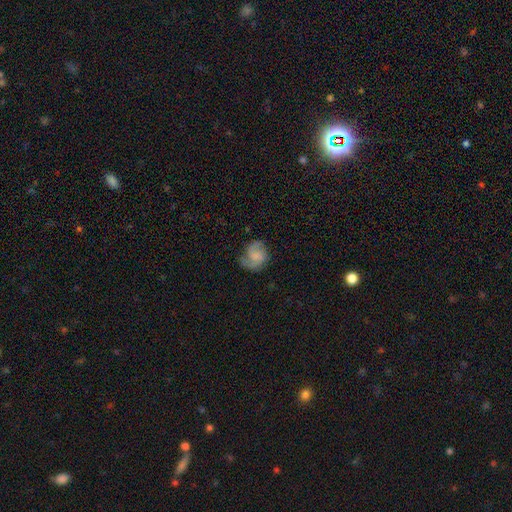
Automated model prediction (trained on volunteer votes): Smooth or featured?
  - featured or disk: 61% *
  - smooth: 31%
  - star or artifact: 8%
Edge-on disk?
  - no: 98% *
  - yes: 2%
Bar?
  - no: 60% *
  - weak: 34%
  - strong: 5%
Spiral arms?
  - yes: 92% *
  - no: 8%
Spiral winding?
  - medium: 47% *
  - loose: 27%
  - tight: 26%
Spiral arm count?
  - 2: 69% *
  - 1: 13%
  - can't tell: 10%
  - 3: 5%
  - 4: 2%
  - more than 4: 1%
Bulge size?
  - small: 38% *
  - none: 37%
  - moderate: 20%
  - large: 4%
  - dominant: 1%
Merging?
  - none: 60% *
  - minor disturbance: 24%
  - major disturbance: 14%
  - merger: 2%